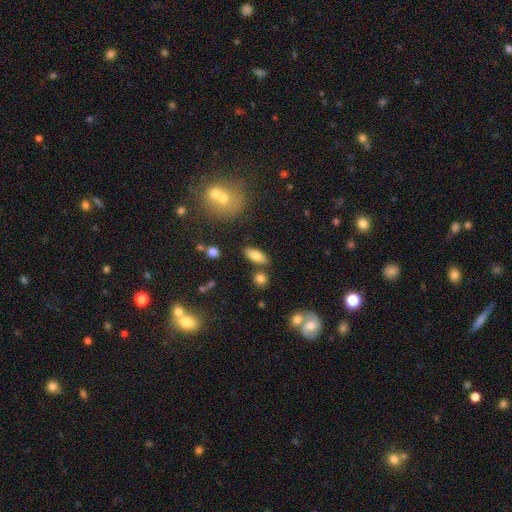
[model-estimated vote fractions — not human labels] smooth-or-featured: smooth: 77% | featured or disk: 15% | star or artifact: 8%
  how-rounded: in between: 84% | cigar-shaped: 13% | round: 4%
  merging: none: 80% | minor disturbance: 10% | merger: 7% | major disturbance: 3%